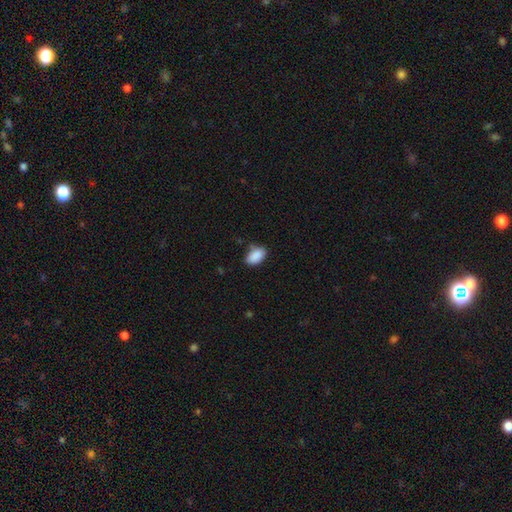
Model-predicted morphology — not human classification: The model was most divided on "merging": none: 72%, minor disturbance: 20%, major disturbance: 4%, merger: 3%. More confident: how rounded — in between (93%); smooth or featured — smooth (89%).